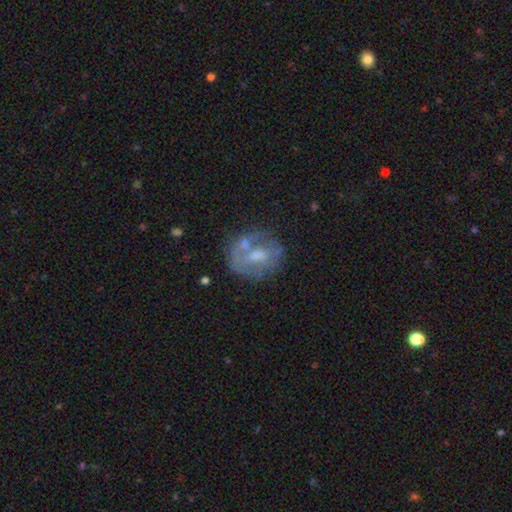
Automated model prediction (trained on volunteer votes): featured or disk 56%, smooth 34%, star or artifact 10%. Down the decision tree: edge-on disk — no (97%); bar — no (65%); spiral arms — no (73%); bulge size — moderate (52%); merging — none (51%).